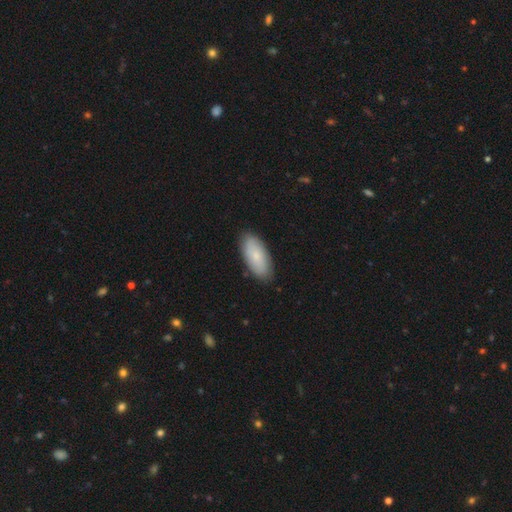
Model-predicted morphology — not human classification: type=smooth (79%); roundness=in between (89%); merging=none (86%).